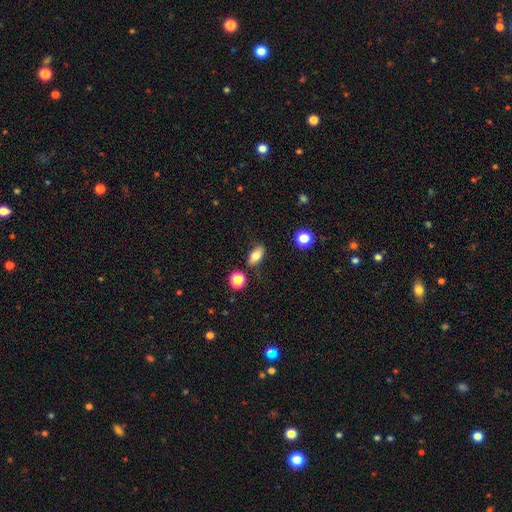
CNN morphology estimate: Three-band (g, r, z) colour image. It shows a smooth galaxy with no disk features (75%) that is in between round and cigar-shaped (82%). Merging: none (81%).